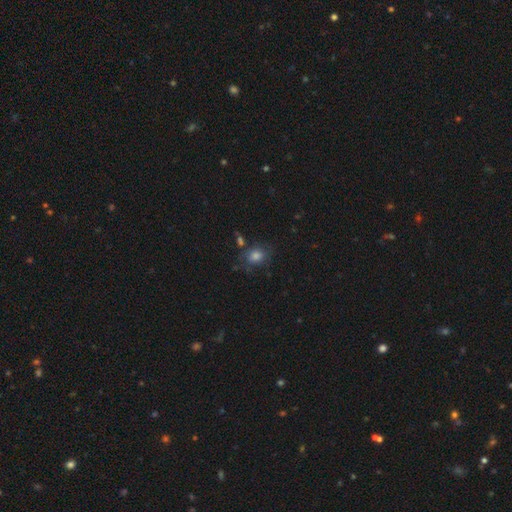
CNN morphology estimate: Smooth or featured? Predicted: smooth (p=0.75). How rounded? Predicted: round (p=0.61). Merging? Predicted: none (p=0.69).